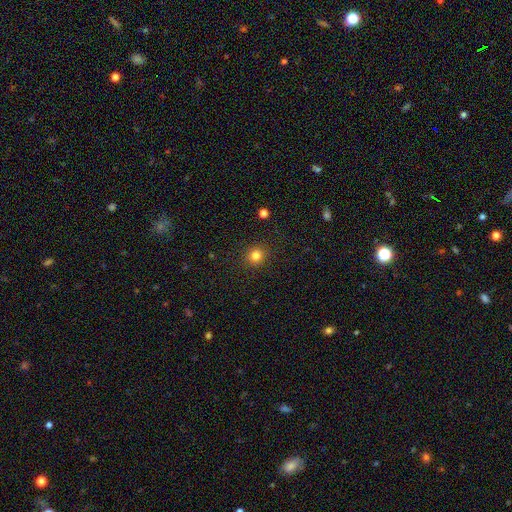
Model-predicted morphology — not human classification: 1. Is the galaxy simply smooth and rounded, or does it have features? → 82% smooth, 13% star or artifact, 5% featured or disk.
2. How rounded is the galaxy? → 89% round, 10% in between, 1% cigar-shaped.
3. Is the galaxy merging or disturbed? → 90% none, 6% minor disturbance, 2% major disturbance, 1% merger.